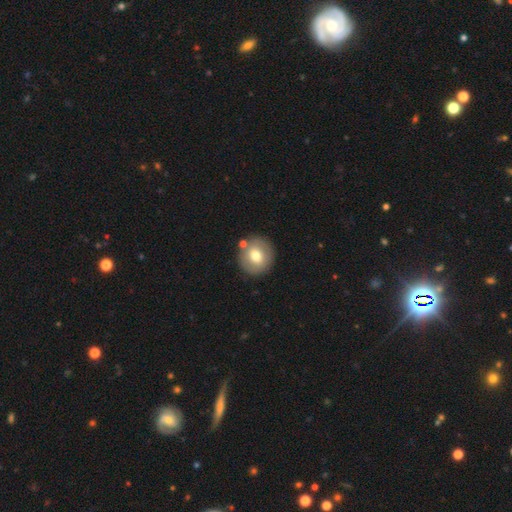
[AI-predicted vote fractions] Q: Smooth or featured?
A: smooth (68%); runner-up: featured or disk (25%)
Q: How rounded?
A: round (89%); runner-up: in between (10%)
Q: Merging?
A: none (81%); runner-up: minor disturbance (9%)